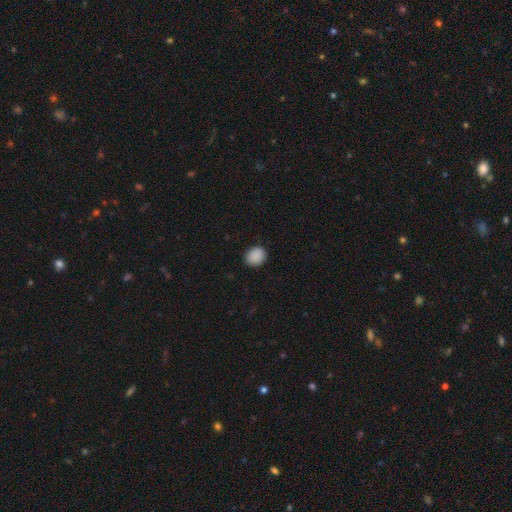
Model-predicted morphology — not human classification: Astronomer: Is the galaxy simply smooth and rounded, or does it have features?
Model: smooth — 90%.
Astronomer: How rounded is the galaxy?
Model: round — 62%.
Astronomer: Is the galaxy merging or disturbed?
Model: none — 89%.